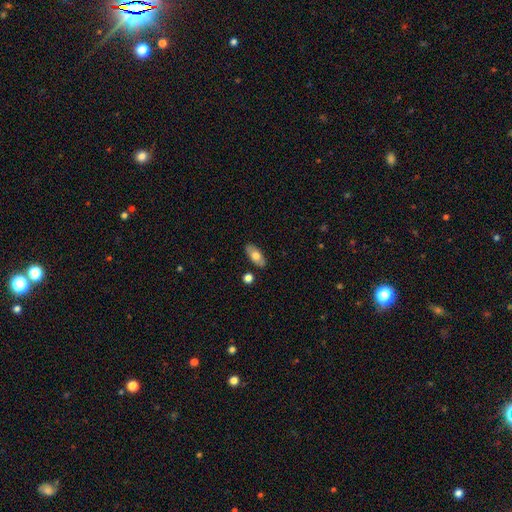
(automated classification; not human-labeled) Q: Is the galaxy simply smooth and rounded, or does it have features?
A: smooth — 69%.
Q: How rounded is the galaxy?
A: in between — 89%.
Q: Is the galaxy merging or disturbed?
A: none — 84%.